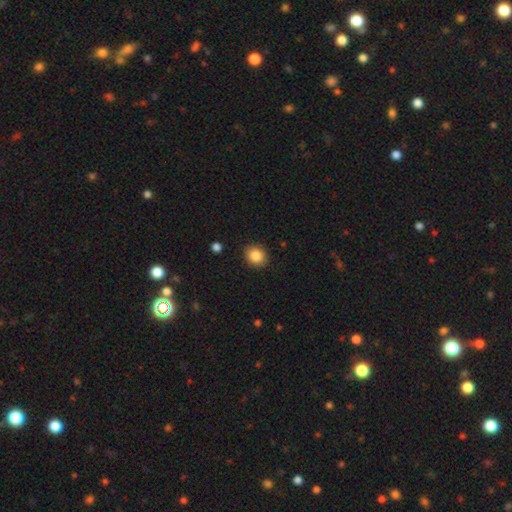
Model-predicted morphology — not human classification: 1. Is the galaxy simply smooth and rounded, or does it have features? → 86% smooth, 9% star or artifact, 5% featured or disk.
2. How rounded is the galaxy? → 64% round, 35% in between, 1% cigar-shaped.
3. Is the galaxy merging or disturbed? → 89% none, 7% minor disturbance, 2% major disturbance, 1% merger.